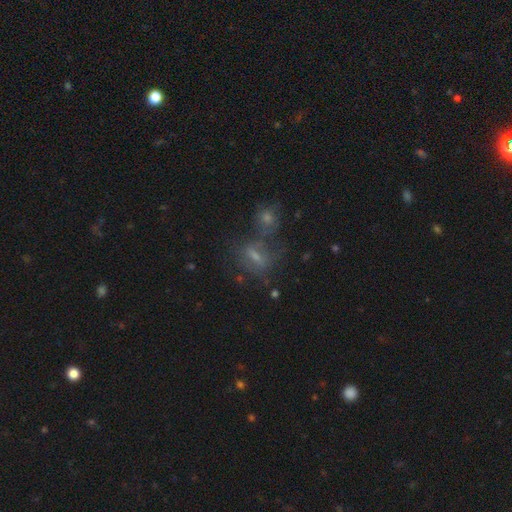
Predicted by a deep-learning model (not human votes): Q: Smooth or featured?
A: smooth (48%); runner-up: featured or disk (33%)
Q: Merging?
A: none (43%); runner-up: merger (31%)